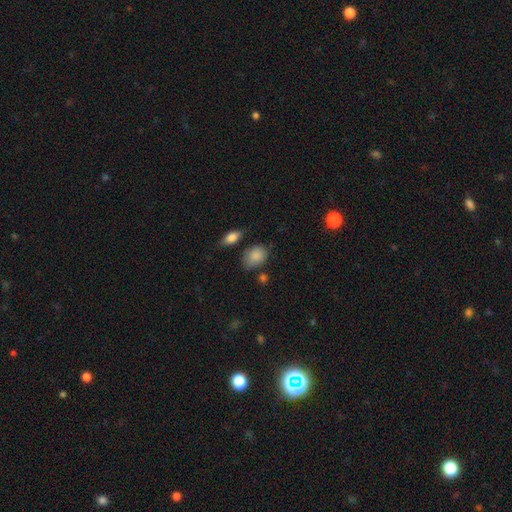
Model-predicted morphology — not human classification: smooth-or-featured: smooth: 86% | star or artifact: 8% | featured or disk: 7%
  how-rounded: in between: 73% | round: 25% | cigar-shaped: 2%
  merging: none: 63% | minor disturbance: 26% | major disturbance: 6% | merger: 6%